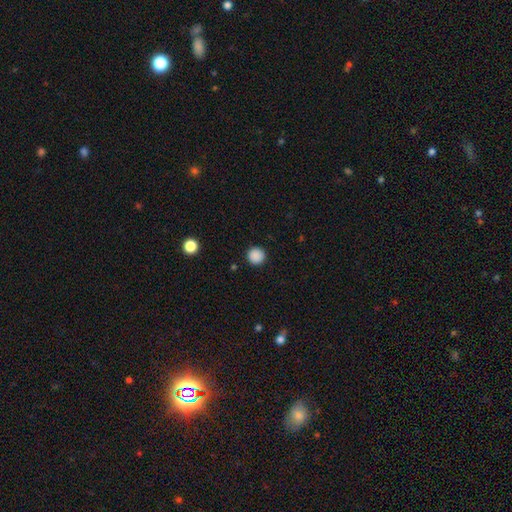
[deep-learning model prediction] Smooth or featured? smooth (88%)
How rounded? round (96%)
Merging? none (92%)